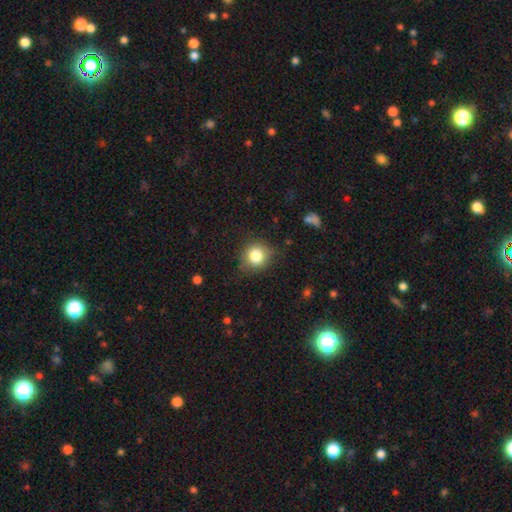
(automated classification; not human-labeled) Smooth or featured: smooth — 82% (star or artifact — 11%)
How rounded: round — 83% (in between — 16%)
Merging: none — 77% (minor disturbance — 18%)